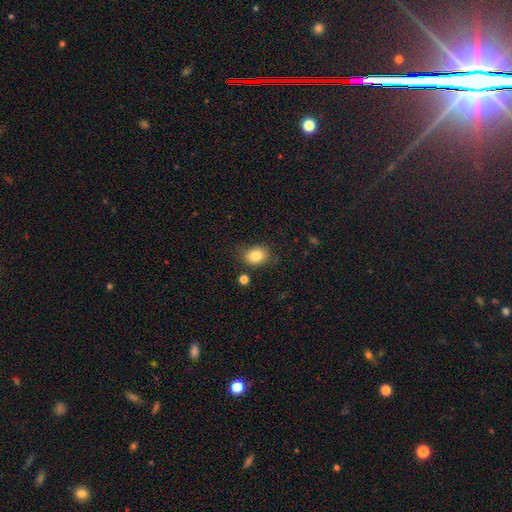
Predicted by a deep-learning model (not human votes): Smooth or featured? Predicted: smooth (p=0.82). How rounded? Predicted: in between (p=0.54). Merging? Predicted: none (p=0.78).